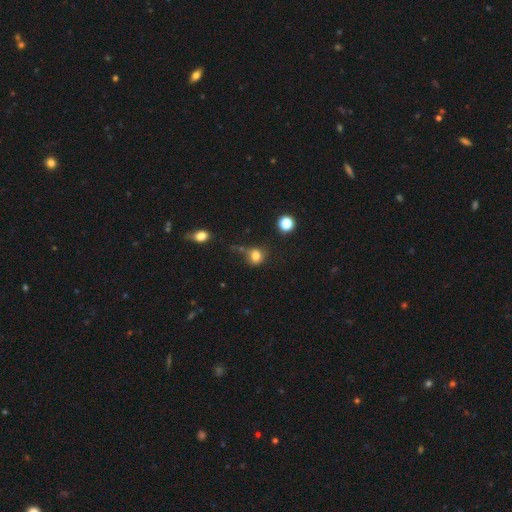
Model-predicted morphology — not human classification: A smooth galaxy with no disk features (79%) that is round (69%).

Vote fractions:
- Smooth or featured? smooth: 79% / star or artifact: 13% / featured or disk: 8%
- How rounded? round: 69% / in between: 30% / cigar-shaped: 1%
- Merging? none: 55% / minor disturbance: 24% / major disturbance: 11% / merger: 10%